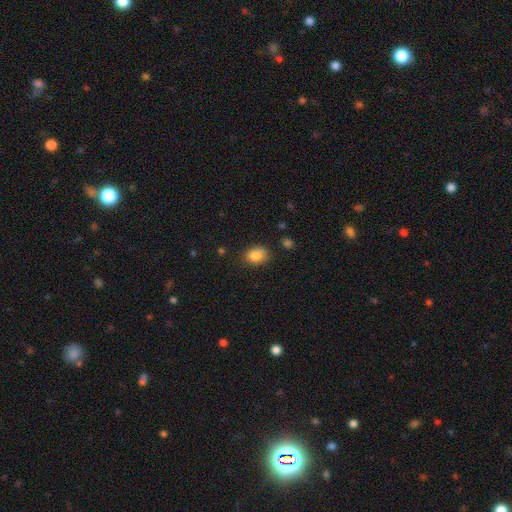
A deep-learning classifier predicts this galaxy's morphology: Smooth or featured? Predicted: smooth (p=0.83). How rounded? Predicted: in between (p=0.59). Merging? Predicted: none (p=0.76).